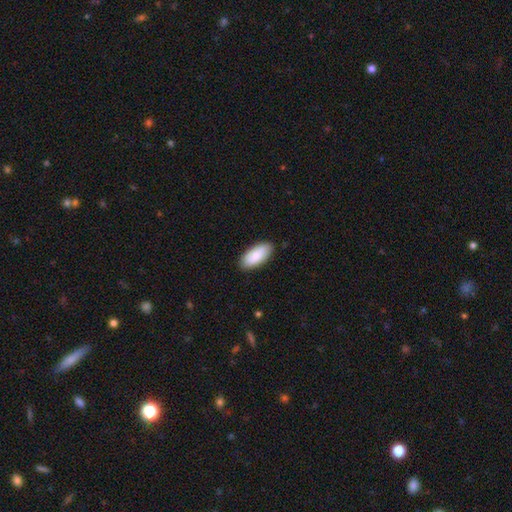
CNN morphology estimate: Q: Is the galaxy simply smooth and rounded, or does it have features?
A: smooth — 86%.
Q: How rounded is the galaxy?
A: in between — 90%.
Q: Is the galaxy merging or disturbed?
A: none — 86%.